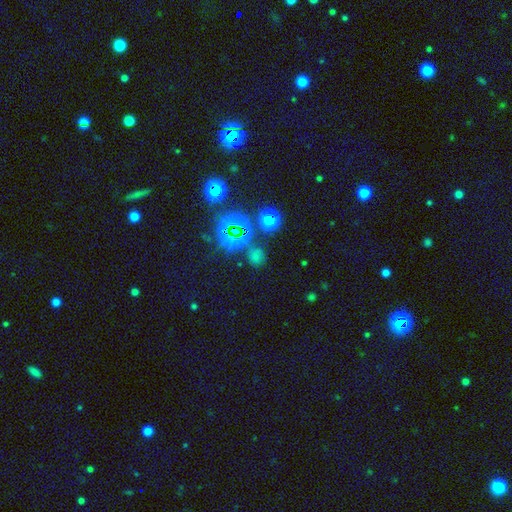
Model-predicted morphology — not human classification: Smooth or featured? Predicted: star or artifact (p=0.49).